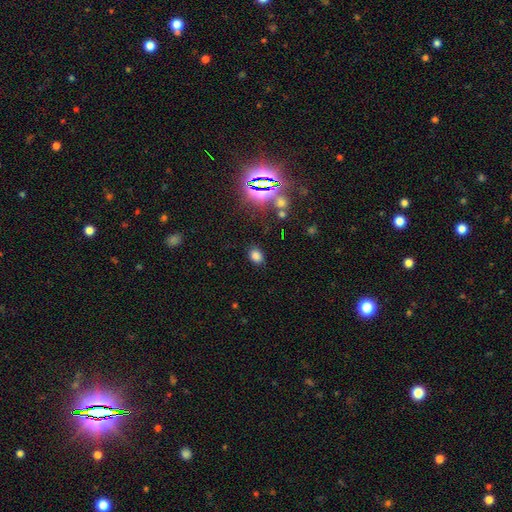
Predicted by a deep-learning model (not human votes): This appears to be a smooth galaxy with no disk features (74%) that is in between round and cigar-shaped (64%). Merging: none (83%).